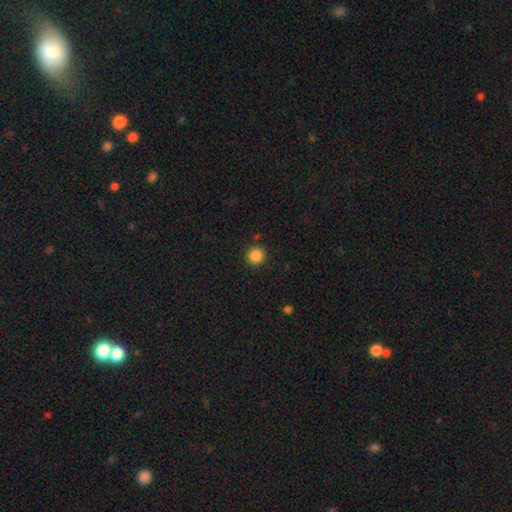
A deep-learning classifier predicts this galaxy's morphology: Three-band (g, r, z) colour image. It shows a smooth galaxy with no disk features (87%) that is round (94%). Merging: none (90%).